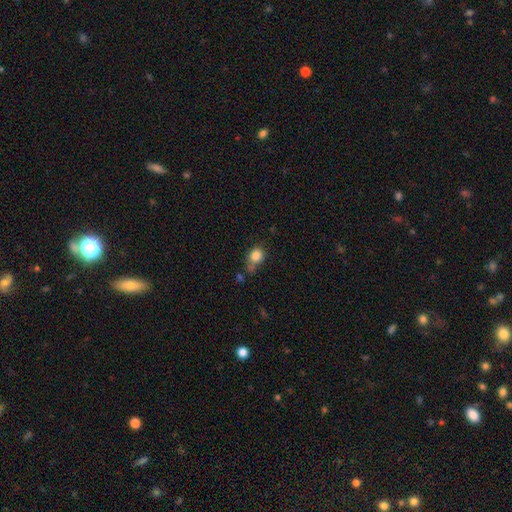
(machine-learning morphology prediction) A smooth galaxy with no disk features (84%) that is round (66%).

Vote fractions:
- Smooth or featured? smooth: 84% / star or artifact: 10% / featured or disk: 7%
- How rounded? round: 66% / in between: 33% / cigar-shaped: 1%
- Merging? none: 51% / minor disturbance: 24% / merger: 16% / major disturbance: 9%